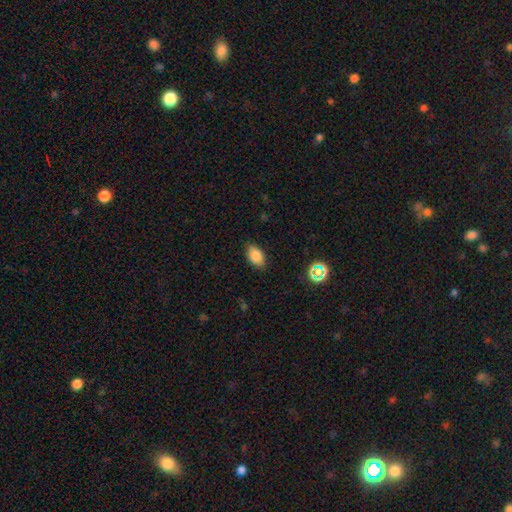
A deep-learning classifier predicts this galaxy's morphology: The model was most divided on "merging": none: 85%, minor disturbance: 12%, major disturbance: 3%, merger: 1%. More confident: how rounded — in between (90%); smooth or featured — smooth (84%).